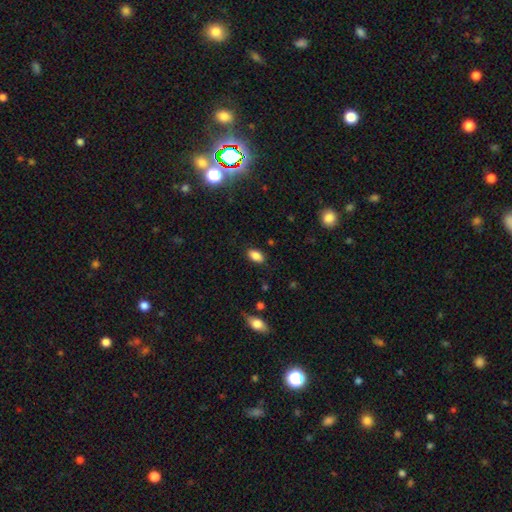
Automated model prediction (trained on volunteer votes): Q: Smooth or featured?
A: smooth (85%); runner-up: star or artifact (9%)
Q: How rounded?
A: in between (90%); runner-up: round (6%)
Q: Merging?
A: none (85%); runner-up: minor disturbance (11%)